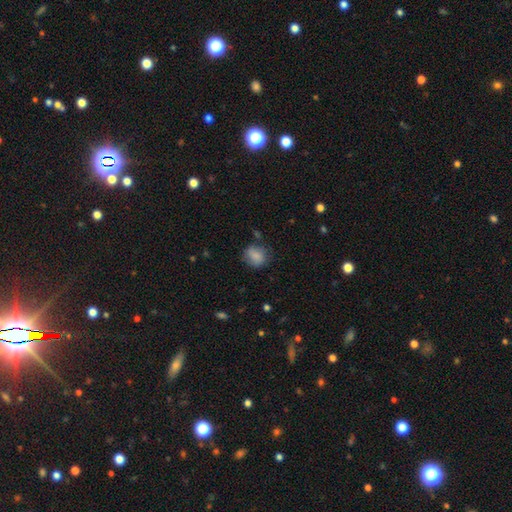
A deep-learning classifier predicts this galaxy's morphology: Smooth or featured?
  - smooth: 81% *
  - featured or disk: 10%
  - star or artifact: 9%
How rounded?
  - round: 67% *
  - in between: 31%
  - cigar-shaped: 1%
Merging?
  - none: 67% *
  - minor disturbance: 23%
  - major disturbance: 7%
  - merger: 3%